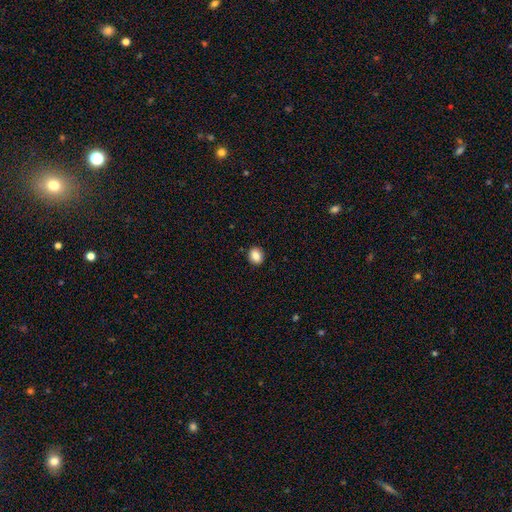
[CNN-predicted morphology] Smooth or featured: smooth — 86% (star or artifact — 9%)
How rounded: round — 67% (in between — 32%)
Merging: none — 91% (minor disturbance — 6%)